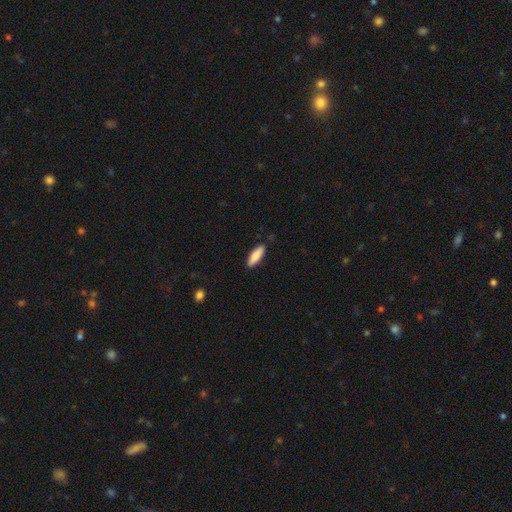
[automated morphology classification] Q: Smooth or featured?
A: smooth (83%); runner-up: featured or disk (11%)
Q: How rounded?
A: in between (51%); runner-up: cigar-shaped (47%)
Q: Merging?
A: none (87%); runner-up: minor disturbance (10%)